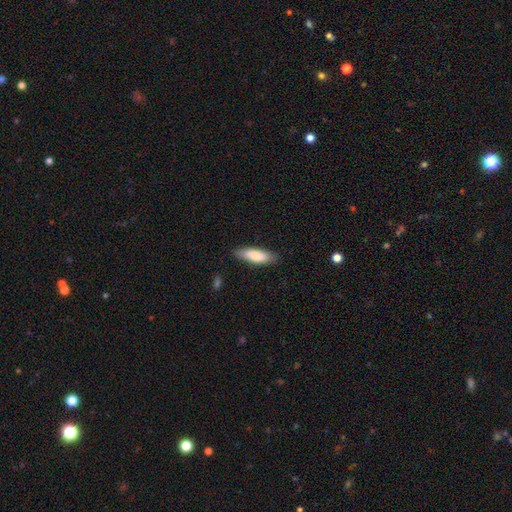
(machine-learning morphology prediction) smooth_or_featured: smooth (p=0.80) [alt: featured or disk p=0.14]
how_rounded: in between (p=0.53) [alt: cigar-shaped p=0.46]
merging: none (p=0.82) [alt: minor disturbance p=0.14]